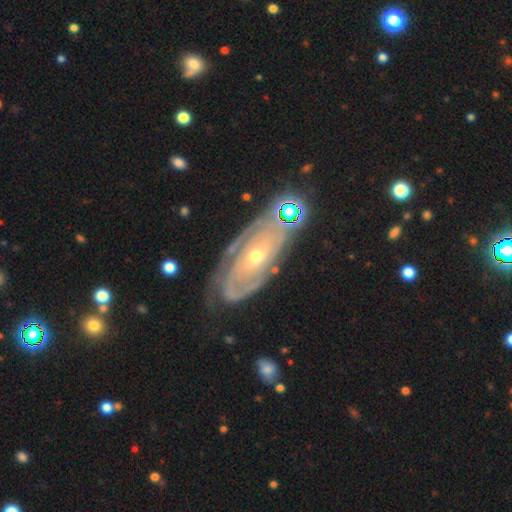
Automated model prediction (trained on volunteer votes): Q: Smooth or featured?
A: featured or disk (85%); runner-up: smooth (9%)
Q: Edge-on disk?
A: no (90%); runner-up: yes (10%)
Q: Bar?
A: no (72%); runner-up: weak (21%)
Q: Spiral arms?
A: yes (91%); runner-up: no (9%)
Q: Spiral winding?
A: tight (76%); runner-up: medium (19%)
Q: Spiral arm count?
A: can't tell (38%); runner-up: 2 (35%)
Q: Bulge size?
A: small (62%); runner-up: moderate (35%)
Q: Merging?
A: none (74%); runner-up: minor disturbance (17%)